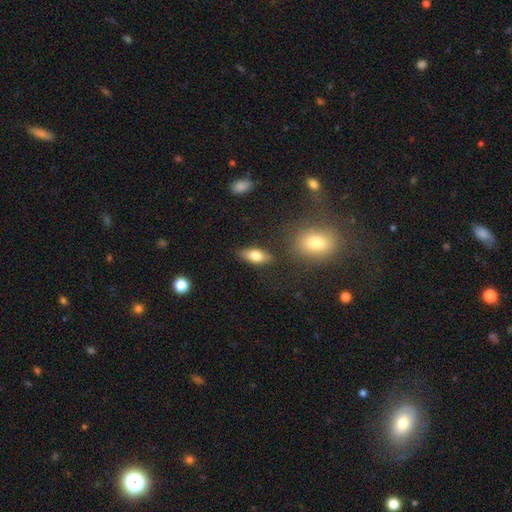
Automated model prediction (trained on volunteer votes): smooth_or_featured: smooth (p=0.74) [alt: featured or disk p=0.18]
how_rounded: in between (p=0.83) [alt: cigar-shaped p=0.13]
merging: none (p=0.83) [alt: minor disturbance p=0.11]